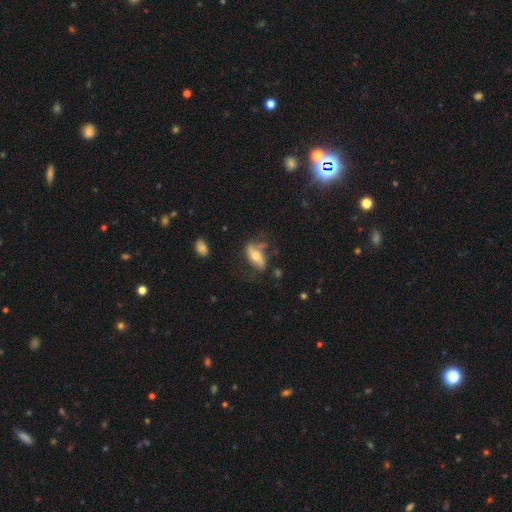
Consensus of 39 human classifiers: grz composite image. It shows a featured or disk galaxy (62%) with no bar (61%), 2 (93%) loose (93%) spiral arms (83%) and a moderate central bulge (61%). Merging: none (49%).